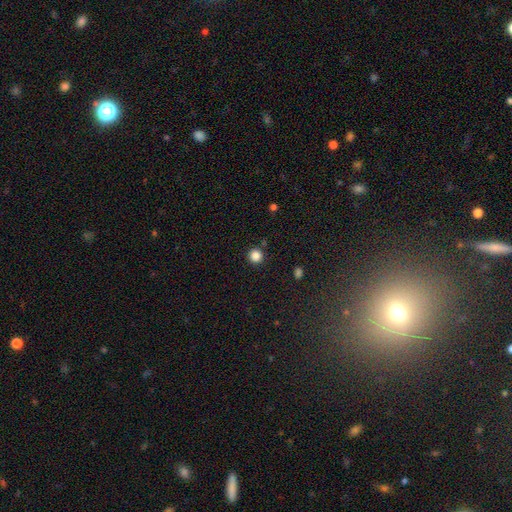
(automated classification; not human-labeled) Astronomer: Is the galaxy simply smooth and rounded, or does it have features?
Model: smooth — 85%.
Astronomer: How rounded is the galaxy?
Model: round — 95%.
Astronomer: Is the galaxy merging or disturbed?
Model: none — 89%.